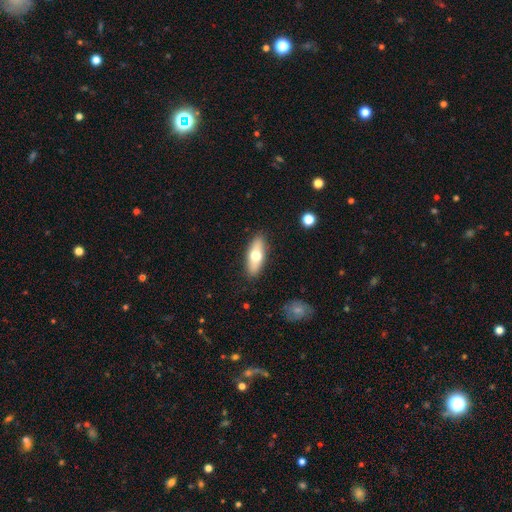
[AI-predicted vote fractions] Morphology: type=smooth (64%); roundness=in between (69%); merging=none (88%).